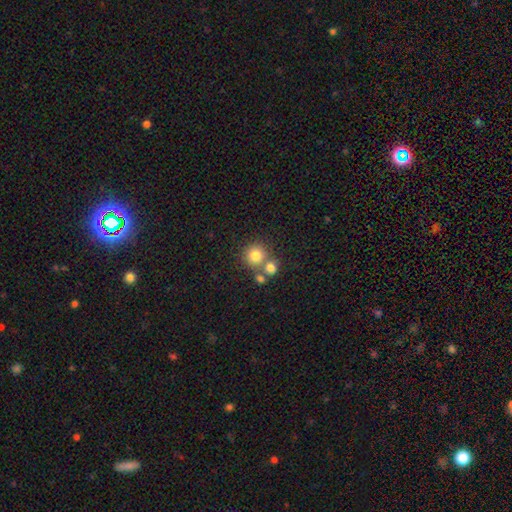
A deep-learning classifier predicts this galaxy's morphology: Q: Smooth or featured?
A: smooth (77%); runner-up: star or artifact (13%)
Q: How rounded?
A: round (91%); runner-up: in between (8%)
Q: Merging?
A: none (61%); runner-up: merger (28%)